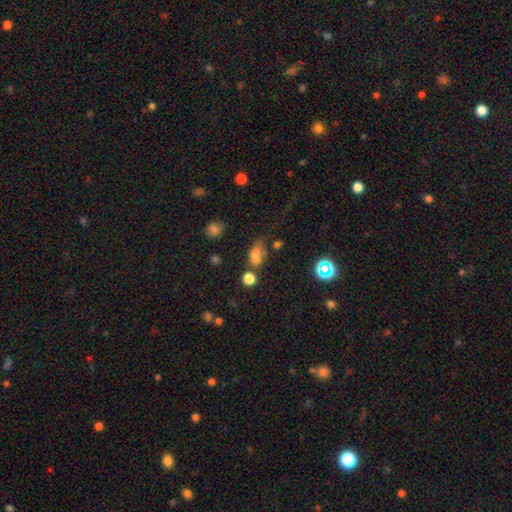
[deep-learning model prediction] Q: Smooth or featured?
A: smooth (65%); runner-up: star or artifact (22%)
Q: How rounded?
A: in between (69%); runner-up: round (26%)
Q: Merging?
A: none (36%); runner-up: merger (30%)